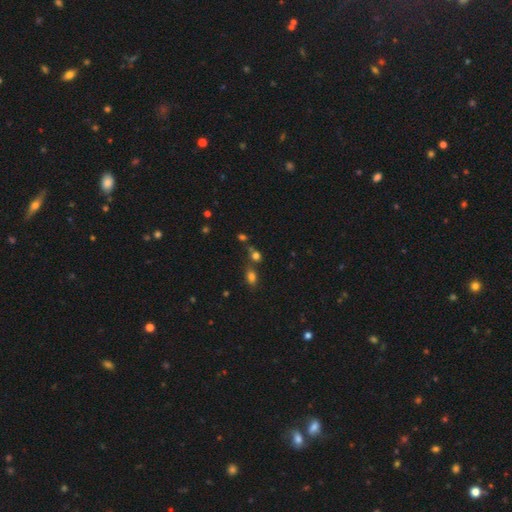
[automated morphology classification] This appears to be a smooth galaxy with no disk features (67%) that is round (53%). Merging: none (56%).